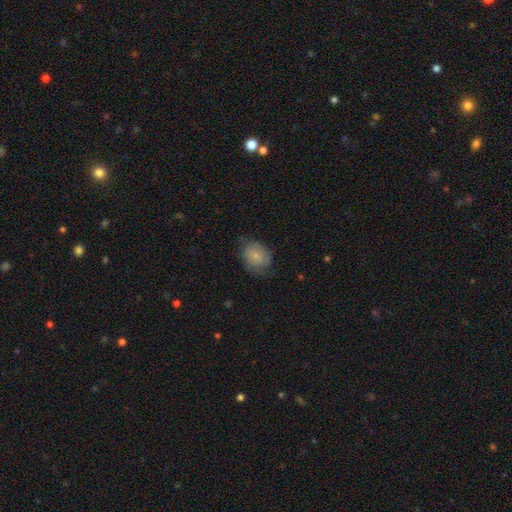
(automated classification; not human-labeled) This appears to be a smooth galaxy with no disk features (77%) that is in between round and cigar-shaped (51%). Merging: none (65%).